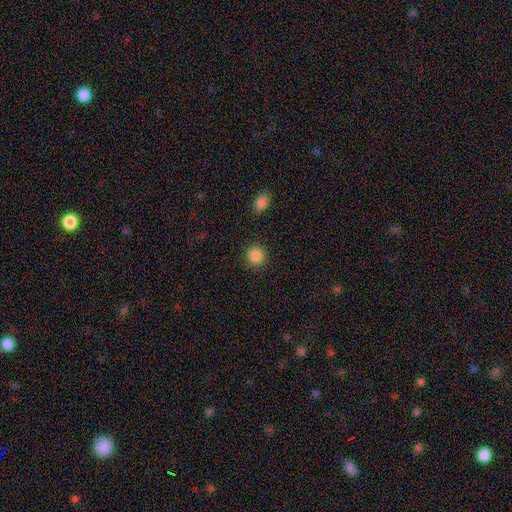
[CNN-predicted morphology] This is clearly a smooth galaxy (87%). How rounded: clearly round (92%). Merging: clearly none (90%).